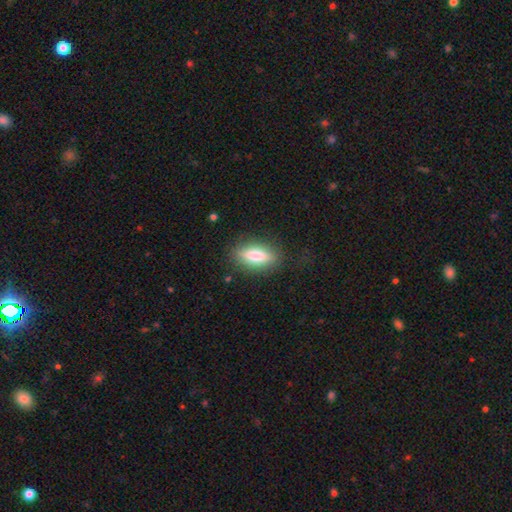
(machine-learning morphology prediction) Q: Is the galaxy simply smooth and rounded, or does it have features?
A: smooth — 73%.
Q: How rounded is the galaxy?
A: in between — 73%.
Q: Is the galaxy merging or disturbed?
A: none — 82%.